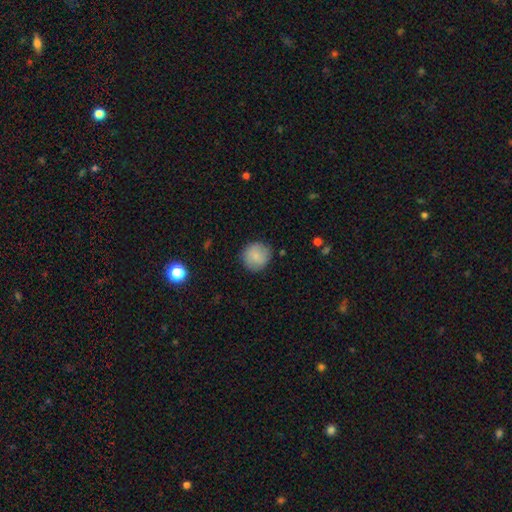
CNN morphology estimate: Q: Smooth or featured?
A: smooth (85%); runner-up: star or artifact (8%)
Q: How rounded?
A: round (93%); runner-up: in between (6%)
Q: Merging?
A: none (86%); runner-up: minor disturbance (10%)